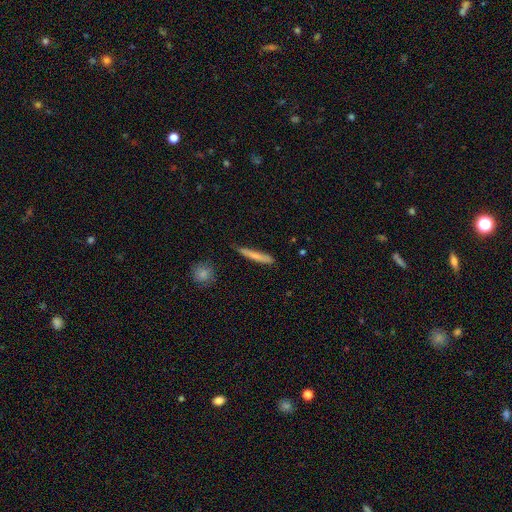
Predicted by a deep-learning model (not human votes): Smooth or featured? Predicted: smooth (p=0.72). How rounded? Predicted: cigar-shaped (p=0.94). Merging? Predicted: none (p=0.79).